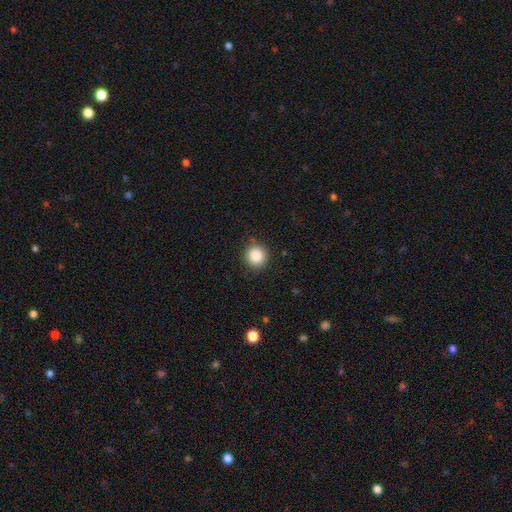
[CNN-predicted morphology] The model was most divided on "smooth or featured": smooth: 85%, star or artifact: 10%, featured or disk: 5%. More confident: how rounded — round (93%); merging — none (89%).